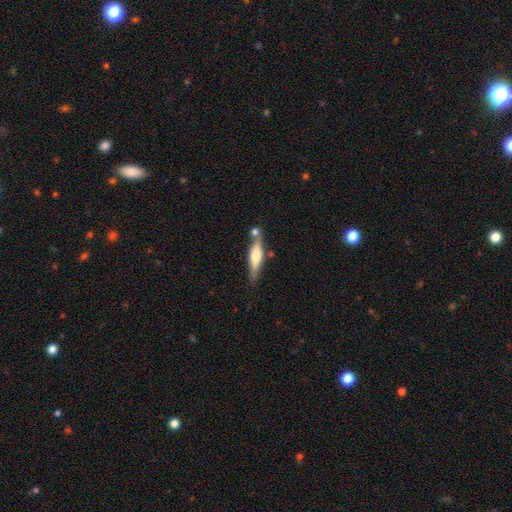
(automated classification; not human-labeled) smooth-or-featured: featured or disk: 50% | smooth: 44% | star or artifact: 6%
  disk-edge-on: yes: 90% | no: 10%
  merging: none: 64% | merger: 18% | minor disturbance: 15% | major disturbance: 4%